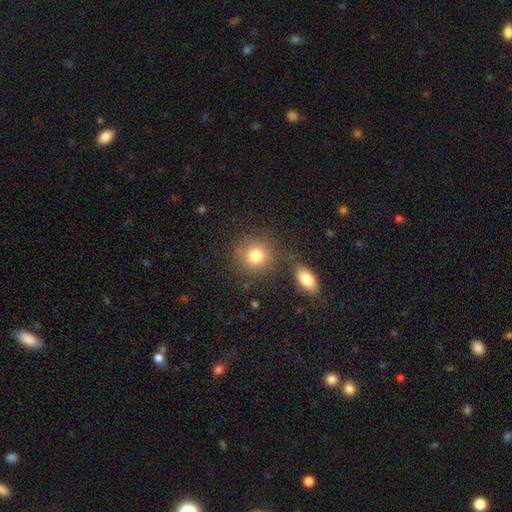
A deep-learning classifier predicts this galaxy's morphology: This appears to be a smooth galaxy with no disk features (80%) that is round (88%). Merging: none (77%).